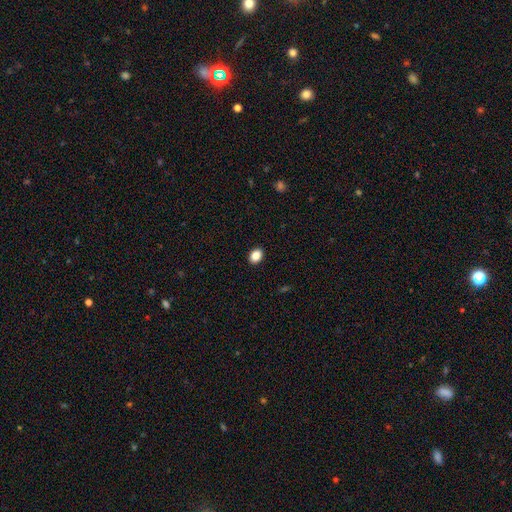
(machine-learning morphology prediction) Overall: smooth (88%). How rounded: in between (70%). Merging: none (91%).